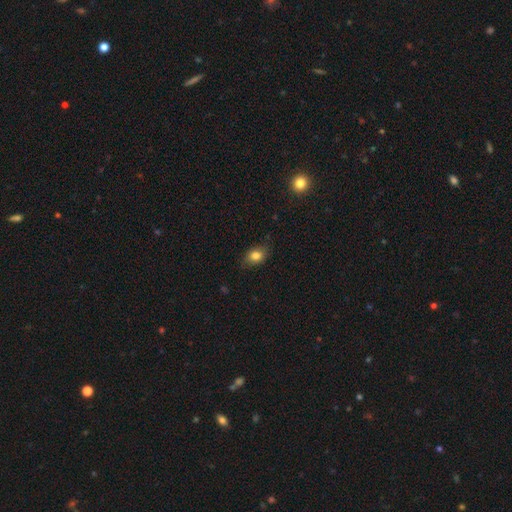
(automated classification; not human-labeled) The model was most divided on "how rounded": in between: 74%, round: 24%, cigar-shaped: 2%. More confident: smooth or featured — smooth (82%); merging — none (78%).